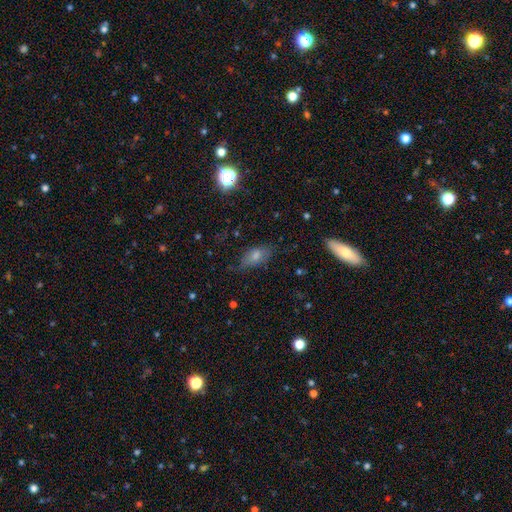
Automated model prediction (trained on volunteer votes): Q: Smooth or featured?
A: smooth (60%); runner-up: featured or disk (23%)
Q: How rounded?
A: in between (79%); runner-up: cigar-shaped (14%)
Q: Merging?
A: none (71%); runner-up: minor disturbance (21%)